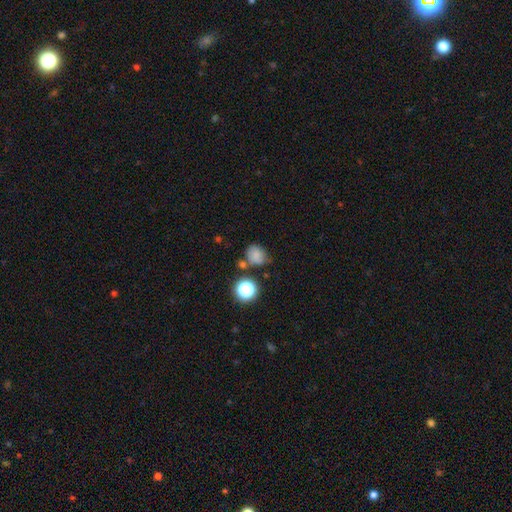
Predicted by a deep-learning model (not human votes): Overall: smooth (75%). How rounded: round (67%; in between 32%). Merging: none (57%; minor disturbance 22%).